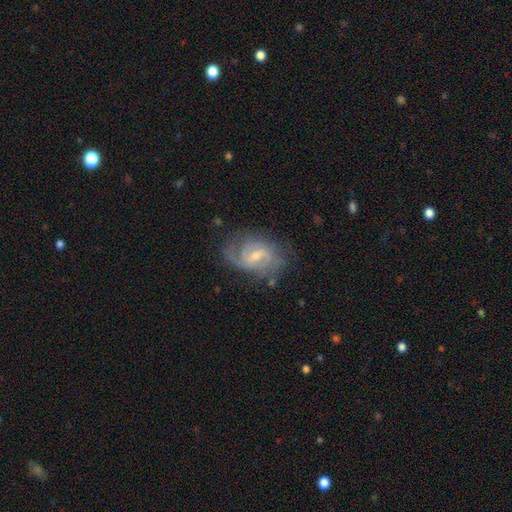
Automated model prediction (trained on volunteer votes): smooth-or-featured: featured or disk: 87% | smooth: 8% | star or artifact: 5%
  disk-edge-on: no: 98% | yes: 2%
    bar: weak: 62% | no: 21% | strong: 16%
    has-spiral-arms: yes: 96% | no: 4%
      spiral-winding: medium: 48% | tight: 35% | loose: 17%
      spiral-arm-count: 2: 63% | can't tell: 14% | 3: 13% | 1: 4% | 4: 3% | more than 4: 3%
    bulge-size: small: 52% | moderate: 42% | none: 3% | large: 2% | dominant: 1%
  merging: none: 68% | minor disturbance: 21% | major disturbance: 10% | merger: 2%